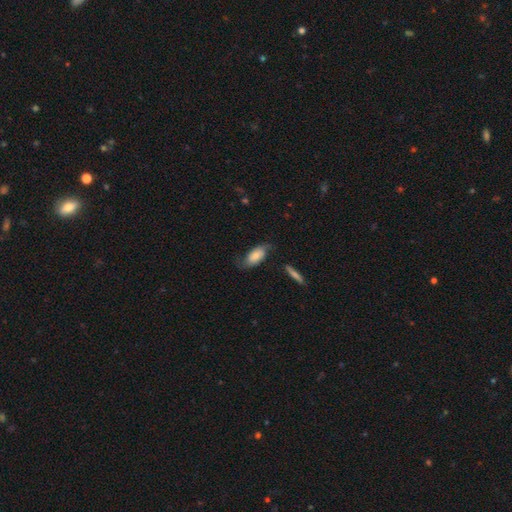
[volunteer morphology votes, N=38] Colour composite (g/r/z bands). It shows a smooth galaxy with no disk features (71%) that is in between round and cigar-shaped (96%). Merging: none (53%).